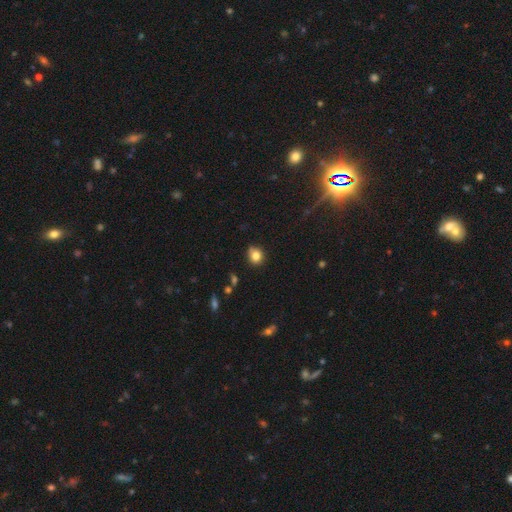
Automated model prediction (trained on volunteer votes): Smooth or featured: smooth — 81% (star or artifact — 11%)
How rounded: round — 74% (in between — 25%)
Merging: none — 74% (minor disturbance — 19%)